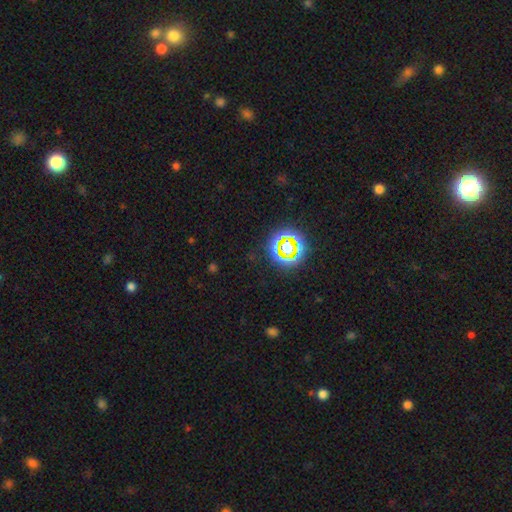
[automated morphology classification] A star or artifact, not a galaxy (70%).